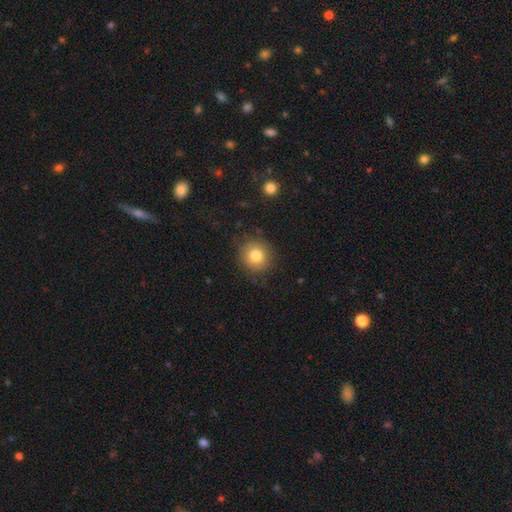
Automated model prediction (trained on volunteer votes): Smooth or featured?
  - smooth: 80% *
  - star or artifact: 11%
  - featured or disk: 9%
How rounded?
  - round: 87% *
  - in between: 12%
  - cigar-shaped: 1%
Merging?
  - none: 85% *
  - minor disturbance: 10%
  - major disturbance: 3%
  - merger: 1%